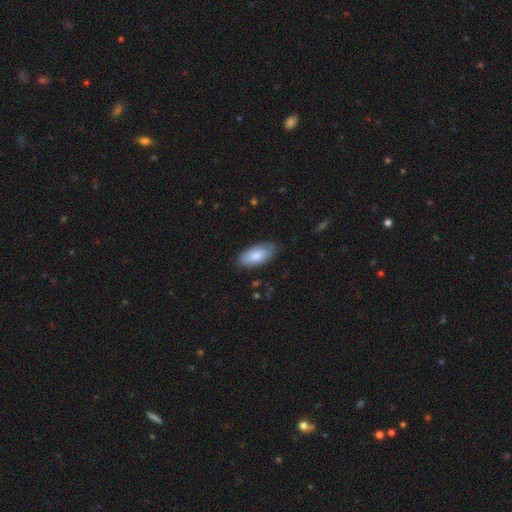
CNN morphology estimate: Smooth or featured? Predicted: smooth (p=0.83). How rounded? Predicted: in between (p=0.91). Merging? Predicted: none (p=0.80).